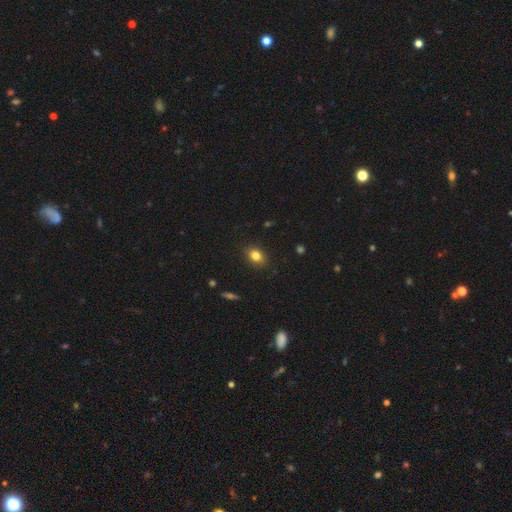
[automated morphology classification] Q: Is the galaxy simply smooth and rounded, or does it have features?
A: smooth — 81%.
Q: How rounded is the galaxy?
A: in between — 66%.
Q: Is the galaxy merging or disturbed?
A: none — 87%.